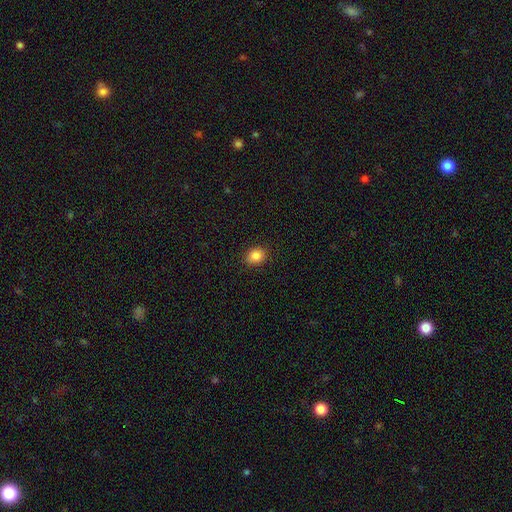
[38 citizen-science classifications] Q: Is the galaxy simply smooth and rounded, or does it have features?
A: smooth — 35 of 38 (92%).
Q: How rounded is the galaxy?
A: in between — 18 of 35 (51%).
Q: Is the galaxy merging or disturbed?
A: none — 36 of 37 (97%).